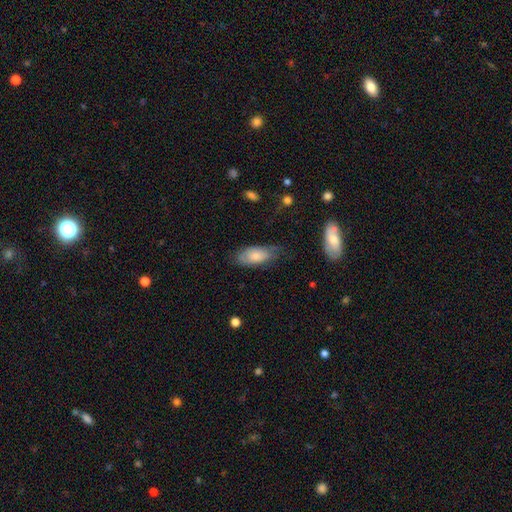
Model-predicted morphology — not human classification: smooth-or-featured: smooth: 73% | featured or disk: 21% | star or artifact: 6%
  how-rounded: in between: 89% | cigar-shaped: 8% | round: 3%
  merging: none: 55% | minor disturbance: 31% | major disturbance: 12% | merger: 2%